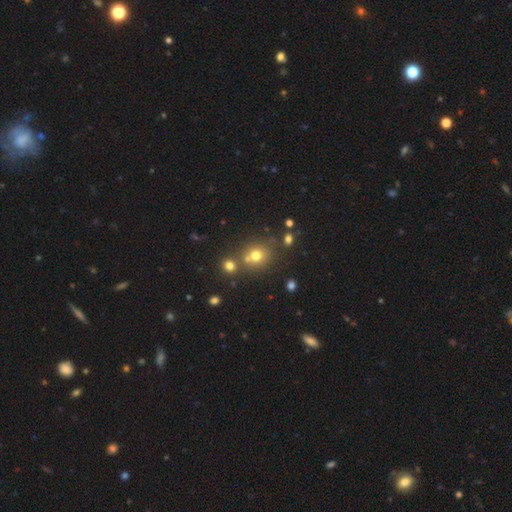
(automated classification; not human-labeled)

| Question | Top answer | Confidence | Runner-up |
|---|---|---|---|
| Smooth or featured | smooth | 69% | star or artifact (19%) |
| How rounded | round | 79% | in between (20%) |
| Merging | none | 60% | merger (26%) |